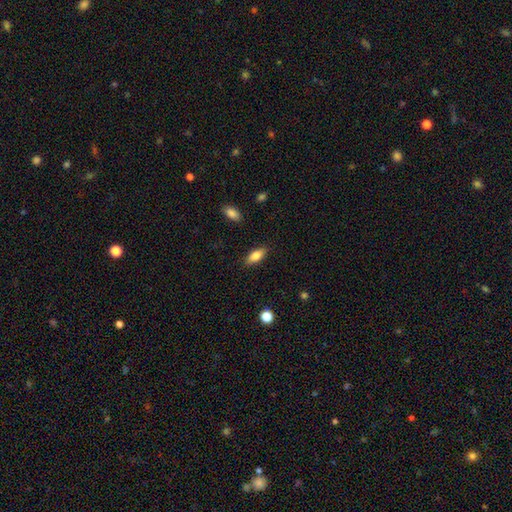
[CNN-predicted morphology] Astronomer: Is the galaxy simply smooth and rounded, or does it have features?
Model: smooth — 81%.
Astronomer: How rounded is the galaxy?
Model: in between — 82%.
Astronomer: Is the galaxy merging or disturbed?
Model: none — 87%.